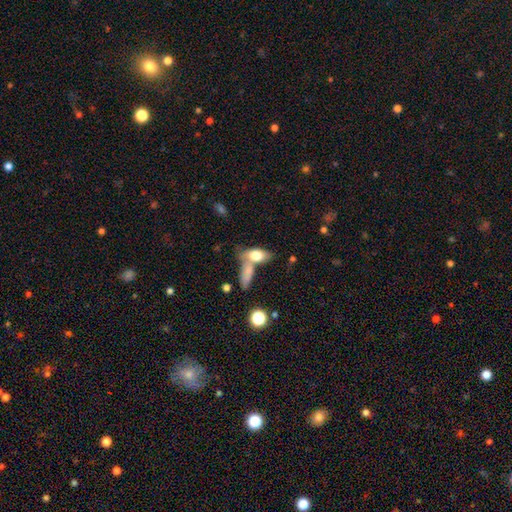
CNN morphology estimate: A smooth galaxy with no disk features (72%) that is in between round and cigar-shaped (80%).

Vote fractions:
- Smooth or featured? smooth: 72% / featured or disk: 20% / star or artifact: 8%
- How rounded? in between: 80% / cigar-shaped: 14% / round: 6%
- Merging? merger: 41% / none: 39% / minor disturbance: 12% / major disturbance: 7%